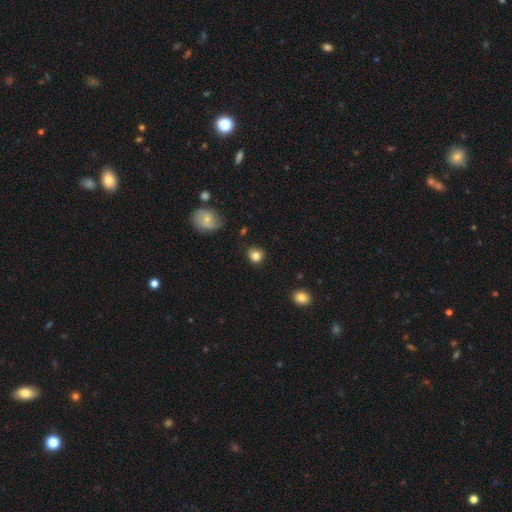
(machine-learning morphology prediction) Overall: smooth (84%). How rounded: round (80%). Merging: none (79%).